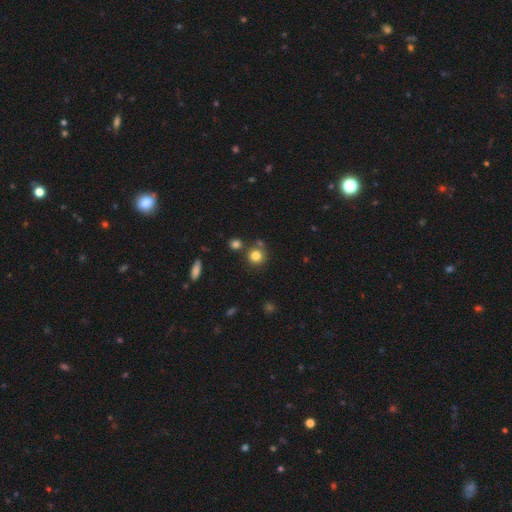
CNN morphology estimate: This appears to be a smooth galaxy with no disk features (81%) that is round (90%). Merging: none (75%).